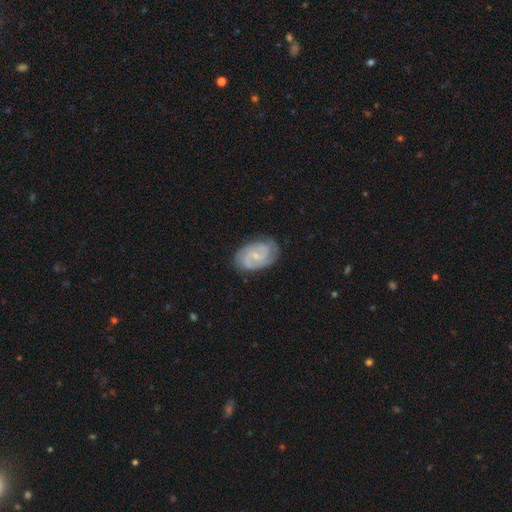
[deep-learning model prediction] Morphology: type=featured or disk (84%); edge-on=no (97%); bar=no (50%); spiral arms=yes (97%); winding=tight (53%); arm count=2 (66%); bulge=small (71%); merging=none (79%).